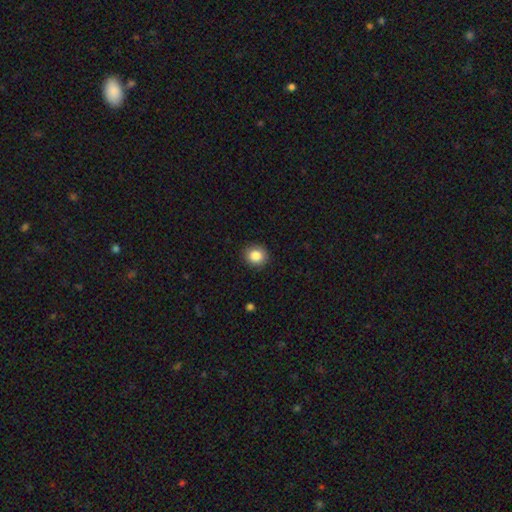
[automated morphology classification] This appears to be a smooth galaxy with no disk features (85%) that is round (84%). Merging: none (91%).